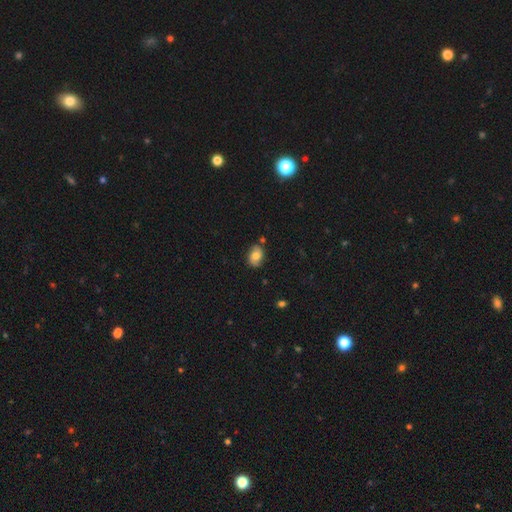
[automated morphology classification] Smooth or featured?
  - smooth: 64% *
  - featured or disk: 27%
  - star or artifact: 9%
How rounded?
  - in between: 76% *
  - round: 22%
  - cigar-shaped: 1%
Merging?
  - none: 75% *
  - minor disturbance: 18%
  - merger: 4%
  - major disturbance: 4%